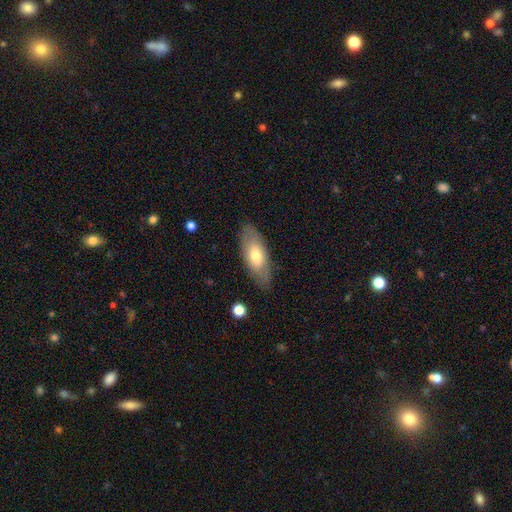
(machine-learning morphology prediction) Q: Smooth or featured?
A: smooth (63%); runner-up: featured or disk (30%)
Q: How rounded?
A: in between (81%); runner-up: cigar-shaped (16%)
Q: Merging?
A: none (82%); runner-up: minor disturbance (13%)